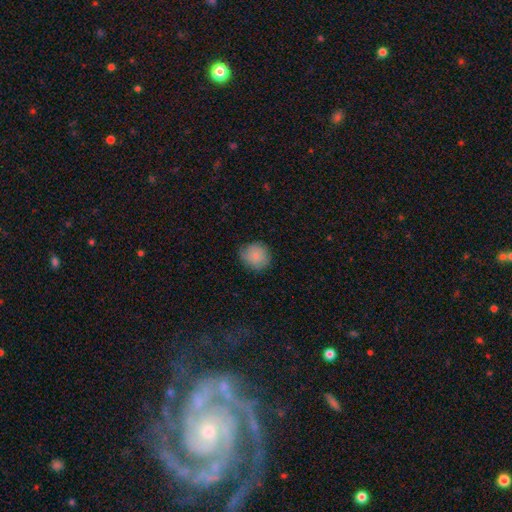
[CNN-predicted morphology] This is clearly a smooth galaxy (81%). How rounded: clearly round (84%). Merging: likely none (71%).